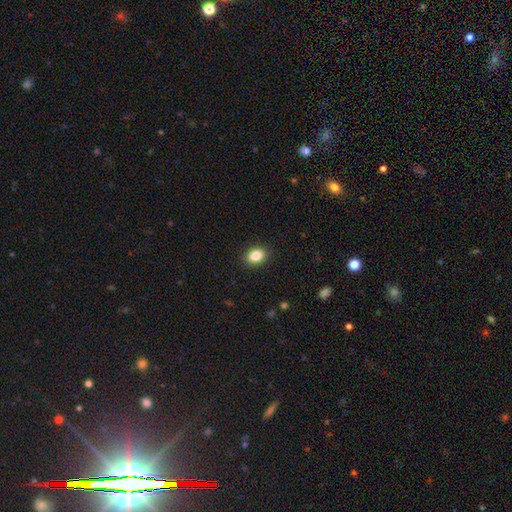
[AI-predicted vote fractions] Q: Smooth or featured?
A: smooth (86%); runner-up: star or artifact (9%)
Q: How rounded?
A: in between (64%); runner-up: round (35%)
Q: Merging?
A: none (90%); runner-up: minor disturbance (7%)